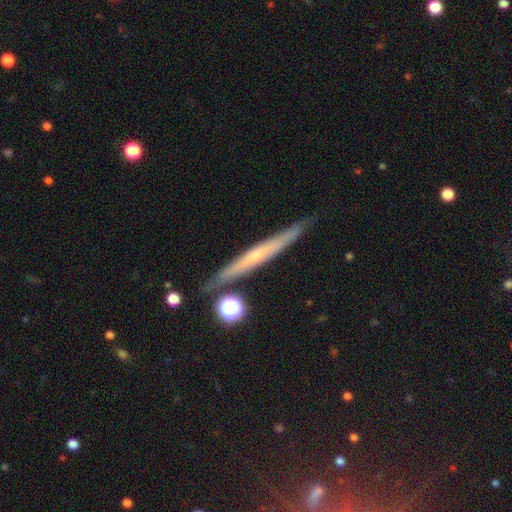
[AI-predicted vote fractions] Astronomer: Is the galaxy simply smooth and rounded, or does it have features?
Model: featured or disk — 61%.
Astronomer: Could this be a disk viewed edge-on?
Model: yes — 94%.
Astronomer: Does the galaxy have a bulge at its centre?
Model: none — 59% (runner-up: rounded, 35%).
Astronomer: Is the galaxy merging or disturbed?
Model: none — 84%.